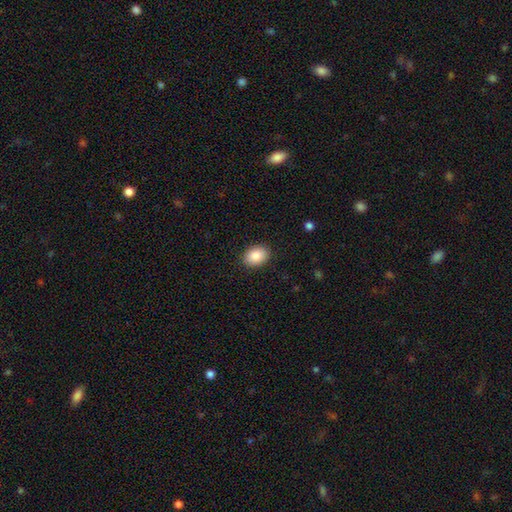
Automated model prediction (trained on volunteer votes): Smooth or featured?
  - smooth: 87% *
  - star or artifact: 7%
  - featured or disk: 6%
How rounded?
  - in between: 73% *
  - round: 26%
  - cigar-shaped: 1%
Merging?
  - none: 89% *
  - minor disturbance: 8%
  - major disturbance: 2%
  - merger: 1%